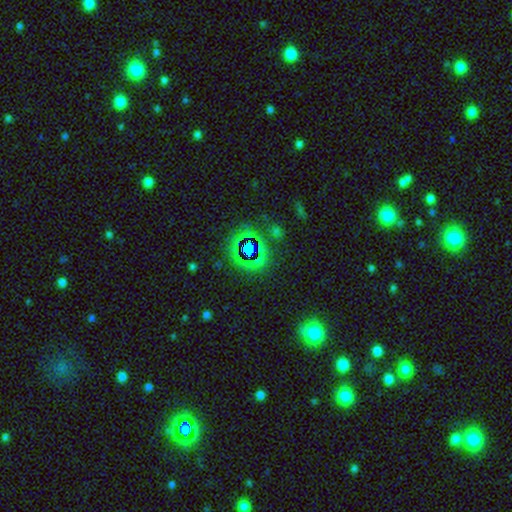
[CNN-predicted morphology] Overall: star or artifact (71%).